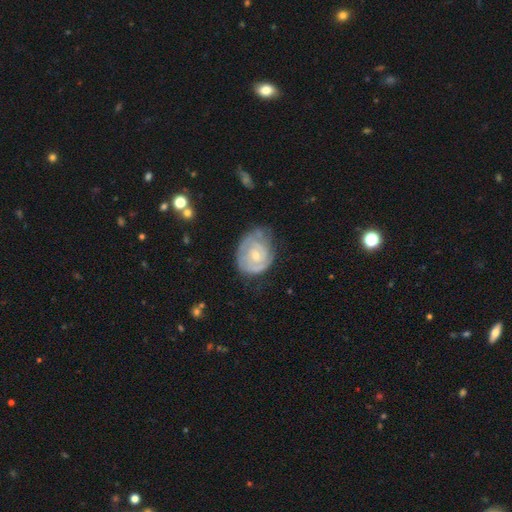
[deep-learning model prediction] smooth_or_featured: featured or disk (p=0.76) [alt: smooth p=0.18]
disk_edge_on: no (p=0.97) [alt: yes p=0.03]
bar: no (p=0.71) [alt: weak p=0.26]
has_spiral_arms: yes (p=0.88) [alt: no p=0.12]
spiral_winding: tight (p=0.70) [alt: medium p=0.24]
spiral_arm_count: 2 (p=0.38) [alt: can't tell p=0.35]
bulge_size: small (p=0.58) [alt: moderate p=0.38]
merging: none (p=0.54) [alt: minor disturbance p=0.31]